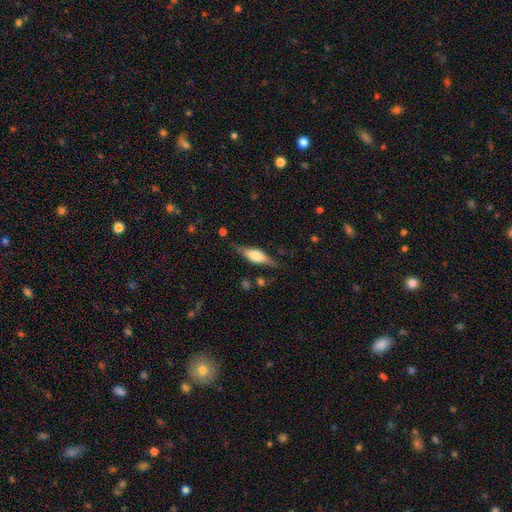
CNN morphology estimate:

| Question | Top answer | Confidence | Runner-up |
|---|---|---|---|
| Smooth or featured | featured or disk | 53% | smooth (41%) |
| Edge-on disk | yes | 91% | no (9%) |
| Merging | none | 76% | minor disturbance (17%) |